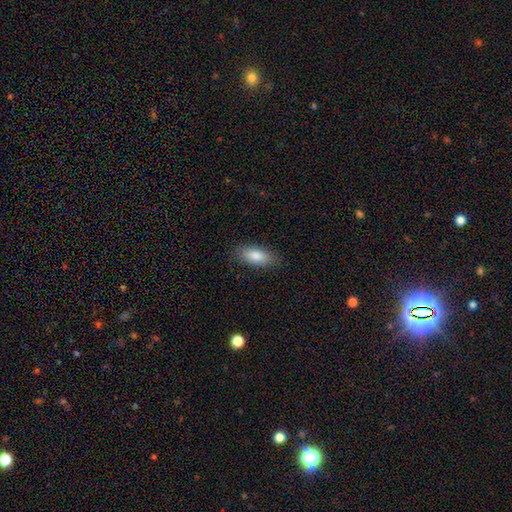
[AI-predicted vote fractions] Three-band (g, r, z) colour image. It shows a smooth galaxy with no disk features (83%) that is in between round and cigar-shaped (84%). Merging: none (86%).